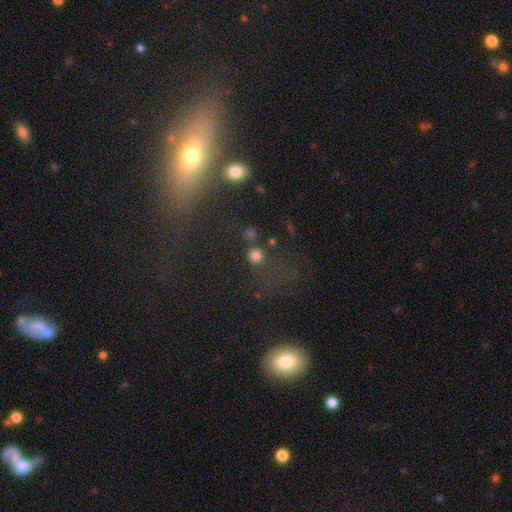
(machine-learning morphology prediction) smooth-or-featured: smooth: 73% | star or artifact: 20% | featured or disk: 7%
  how-rounded: round: 91% | in between: 8% | cigar-shaped: 1%
  merging: none: 68% | merger: 14% | minor disturbance: 10% | major disturbance: 8%